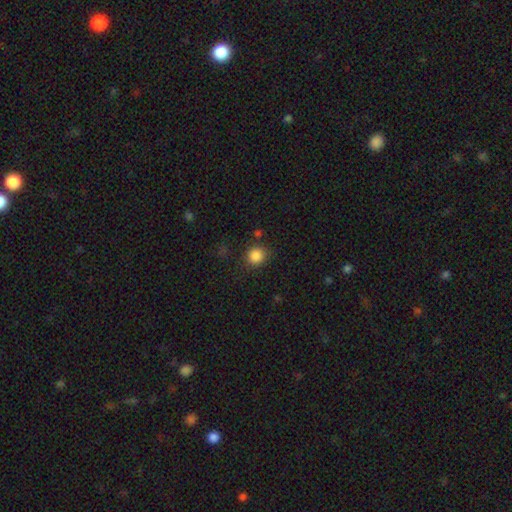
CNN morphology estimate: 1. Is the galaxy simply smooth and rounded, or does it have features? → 85% smooth, 11% star or artifact, 4% featured or disk.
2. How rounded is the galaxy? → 90% round, 9% in between, 1% cigar-shaped.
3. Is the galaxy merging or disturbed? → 82% none, 10% minor disturbance, 4% major disturbance, 3% merger.